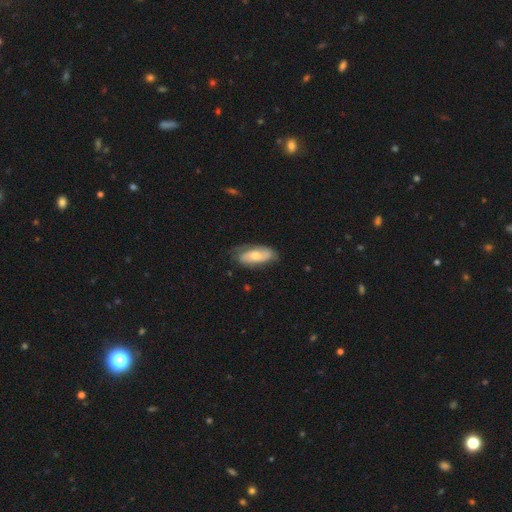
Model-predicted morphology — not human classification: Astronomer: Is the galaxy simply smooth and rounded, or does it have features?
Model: smooth — 49% (runner-up: featured or disk, 45%).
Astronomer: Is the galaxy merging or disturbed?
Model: none — 68%.